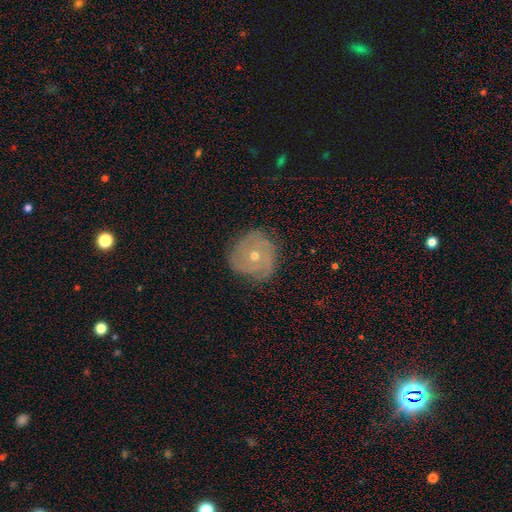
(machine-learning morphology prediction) Smooth or featured?
  - featured or disk: 74% *
  - smooth: 18%
  - star or artifact: 9%
Edge-on disk?
  - no: 97% *
  - yes: 3%
Bar?
  - no: 84% *
  - weak: 13%
  - strong: 3%
Spiral arms?
  - yes: 89% *
  - no: 11%
Spiral winding?
  - tight: 66% *
  - medium: 25%
  - loose: 8%
Spiral arm count?
  - 3: 31% *
  - can't tell: 28%
  - 2: 19%
  - 4: 10%
  - 1: 6%
  - more than 4: 6%
Bulge size?
  - small: 50% *
  - moderate: 48%
  - large: 1%
  - none: 1%
  - dominant: 1%
Merging?
  - none: 76% *
  - minor disturbance: 18%
  - major disturbance: 6%
  - merger: 1%